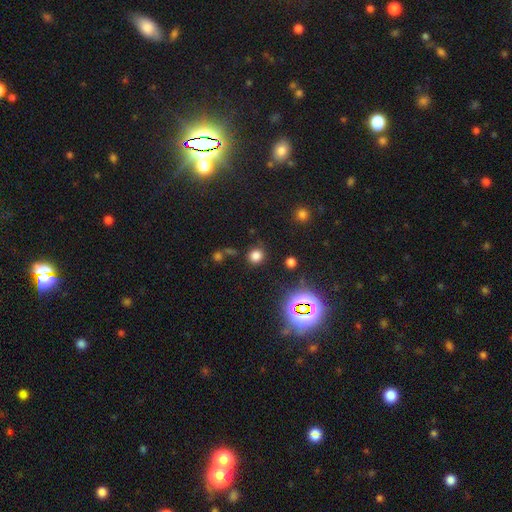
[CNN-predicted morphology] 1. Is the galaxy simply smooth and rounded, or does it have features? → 75% smooth, 20% star or artifact, 5% featured or disk.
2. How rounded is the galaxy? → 86% round, 12% in between, 1% cigar-shaped.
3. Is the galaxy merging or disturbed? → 84% none, 9% minor disturbance, 4% merger, 4% major disturbance.